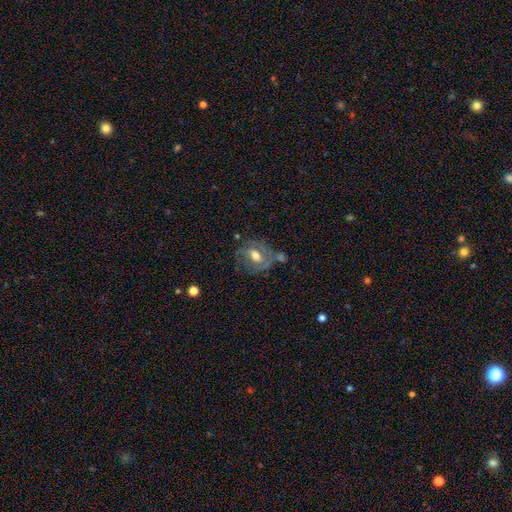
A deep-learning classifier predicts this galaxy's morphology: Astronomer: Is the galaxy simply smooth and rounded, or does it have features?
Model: featured or disk — 61%.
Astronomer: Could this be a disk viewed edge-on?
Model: no — 94%.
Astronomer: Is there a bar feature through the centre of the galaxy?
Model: weak — 45% (runner-up: no, 37%).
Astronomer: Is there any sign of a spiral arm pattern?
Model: yes — 64%.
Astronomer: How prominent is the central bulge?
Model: moderate — 71%.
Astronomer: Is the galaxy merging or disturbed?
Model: none — 52%.